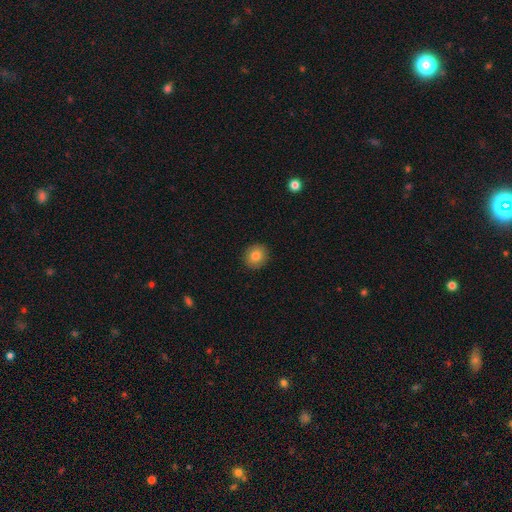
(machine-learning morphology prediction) This is clearly a smooth galaxy (84%). How rounded: clearly round (81%). Merging: clearly none (91%).